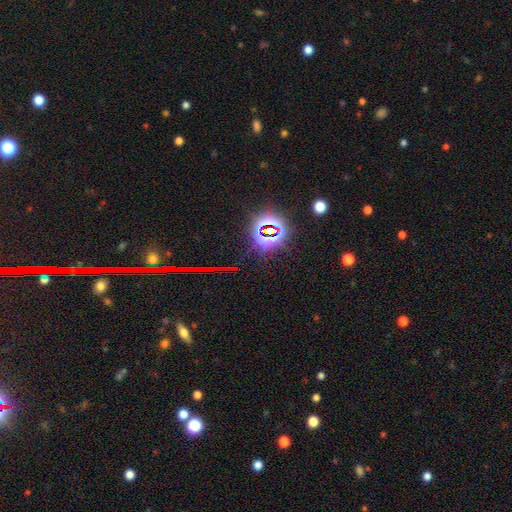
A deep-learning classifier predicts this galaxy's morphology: The model was most divided on "smooth or featured": star or artifact: 84%, smooth: 8%, featured or disk: 8%.